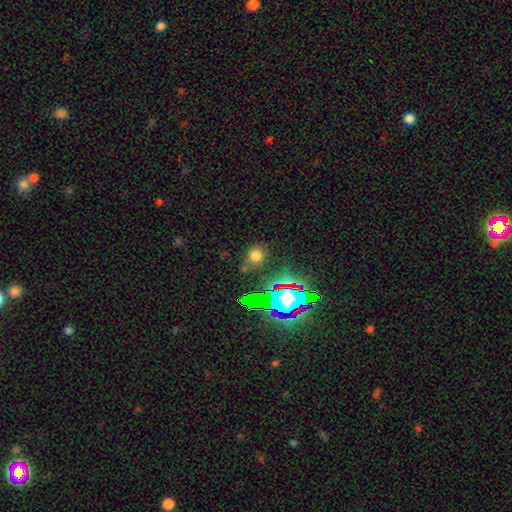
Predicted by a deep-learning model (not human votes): A smooth galaxy with no disk features (70%) that is round (85%).

Vote fractions:
- Smooth or featured? smooth: 70% / star or artifact: 23% / featured or disk: 7%
- How rounded? round: 85% / in between: 13% / cigar-shaped: 1%
- Merging? none: 80% / minor disturbance: 11% / merger: 5% / major disturbance: 4%